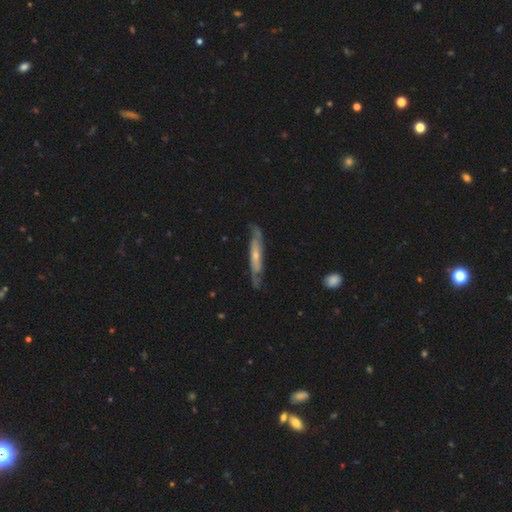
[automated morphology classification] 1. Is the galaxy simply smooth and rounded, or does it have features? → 68% featured or disk, 27% smooth, 5% star or artifact.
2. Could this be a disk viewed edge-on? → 58% yes, 42% no.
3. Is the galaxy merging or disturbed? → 70% none, 21% minor disturbance, 6% major disturbance, 2% merger.